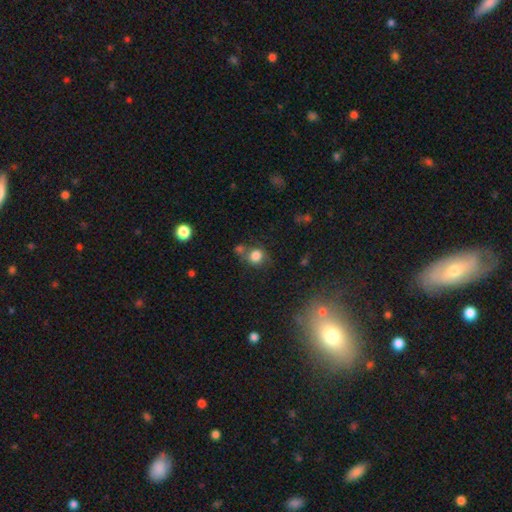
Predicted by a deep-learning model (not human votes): A smooth galaxy with no disk features (80%) that is round (80%). Merging: none (59%).